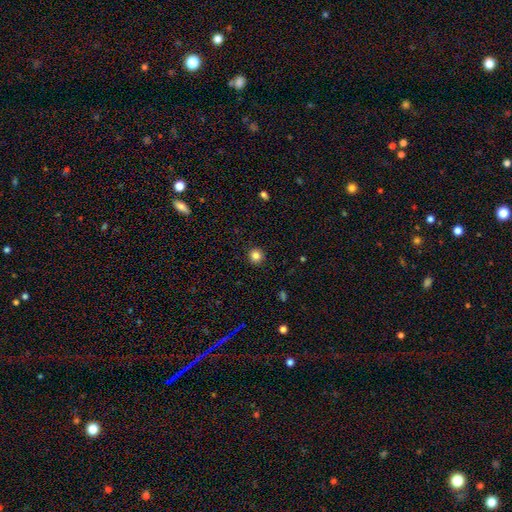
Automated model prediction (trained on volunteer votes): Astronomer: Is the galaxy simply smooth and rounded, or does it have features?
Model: smooth — 84%.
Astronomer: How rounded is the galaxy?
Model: round — 93%.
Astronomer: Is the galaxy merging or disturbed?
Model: none — 92%.